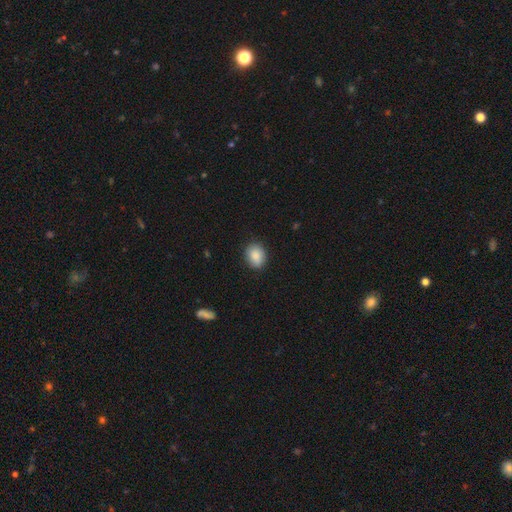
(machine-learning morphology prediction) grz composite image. It shows a smooth galaxy with no disk features (88%) that is in between round and cigar-shaped (54%). Merging: none (85%).